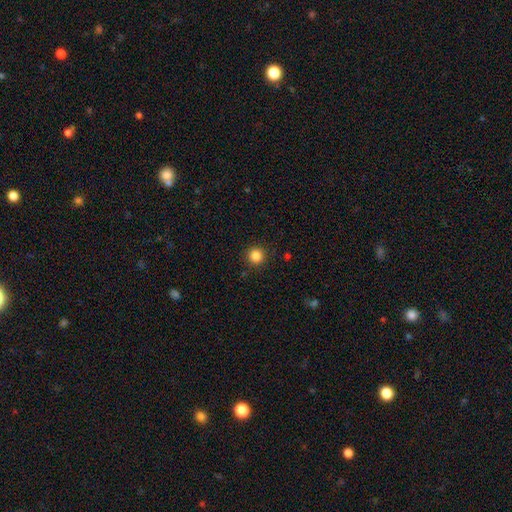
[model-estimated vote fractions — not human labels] Smooth or featured?
  - smooth: 85% *
  - star or artifact: 11%
  - featured or disk: 4%
How rounded?
  - round: 95% *
  - in between: 4%
  - cigar-shaped: 1%
Merging?
  - none: 91% *
  - minor disturbance: 5%
  - major disturbance: 2%
  - merger: 1%